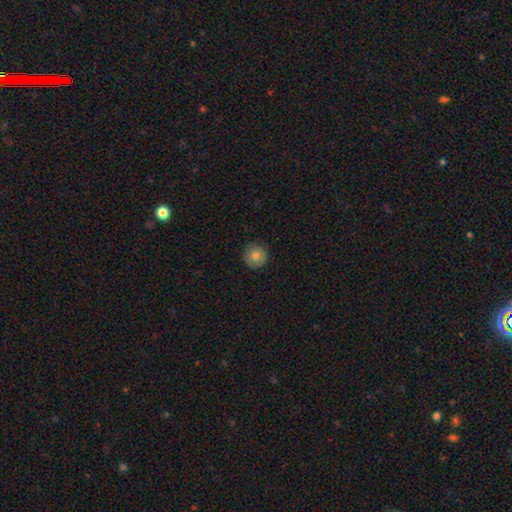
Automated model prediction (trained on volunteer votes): Smooth or featured?
  - smooth: 79% *
  - featured or disk: 13%
  - star or artifact: 9%
How rounded?
  - round: 95% *
  - in between: 4%
  - cigar-shaped: 1%
Merging?
  - none: 88% *
  - minor disturbance: 9%
  - major disturbance: 2%
  - merger: 1%